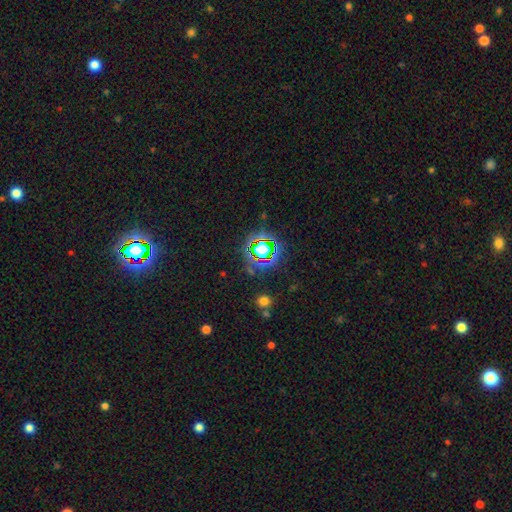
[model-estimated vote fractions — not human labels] Smooth or featured? Predicted: star or artifact (p=0.77).